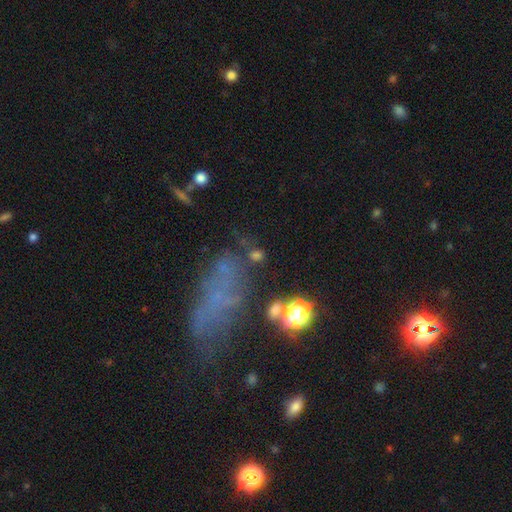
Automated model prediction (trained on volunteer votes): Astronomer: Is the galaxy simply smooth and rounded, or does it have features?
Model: smooth — 55%.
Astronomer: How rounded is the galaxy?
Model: round — 56% (runner-up: in between, 38%).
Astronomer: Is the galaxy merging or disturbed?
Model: none — 60%.